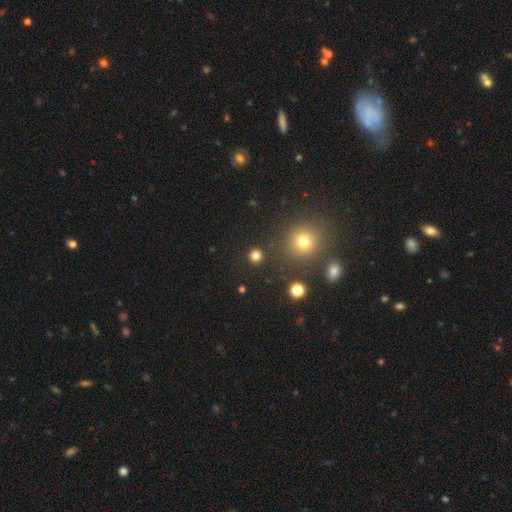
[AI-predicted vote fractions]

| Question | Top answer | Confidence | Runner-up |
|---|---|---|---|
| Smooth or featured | smooth | 79% | star or artifact (17%) |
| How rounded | round | 93% | in between (6%) |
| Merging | none | 89% | minor disturbance (6%) |